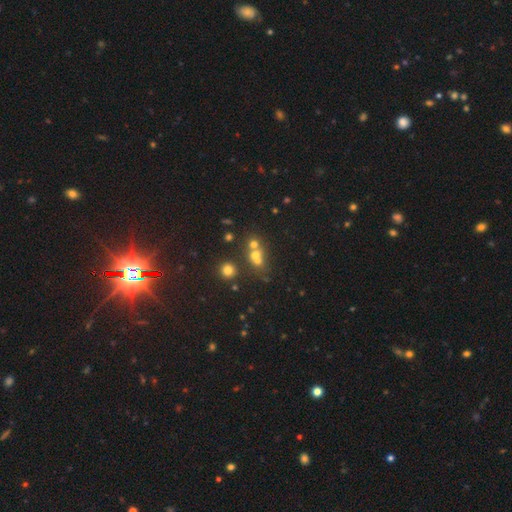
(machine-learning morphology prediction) This is possibly a smooth galaxy (57%). How rounded: likely round (78%). Merging: possibly merger (47%).